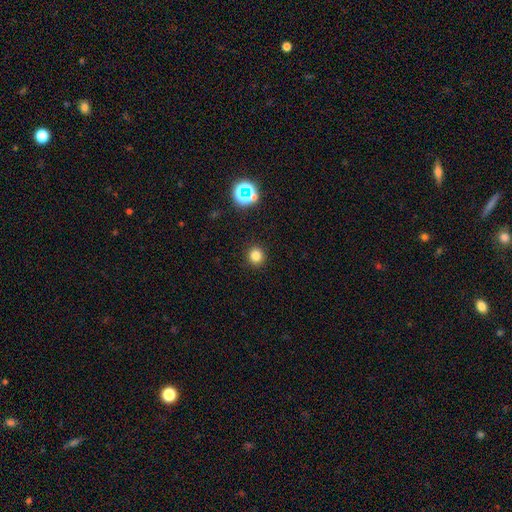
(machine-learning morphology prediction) Overall: smooth (79%). How rounded: round (90%). Merging: none (92%).